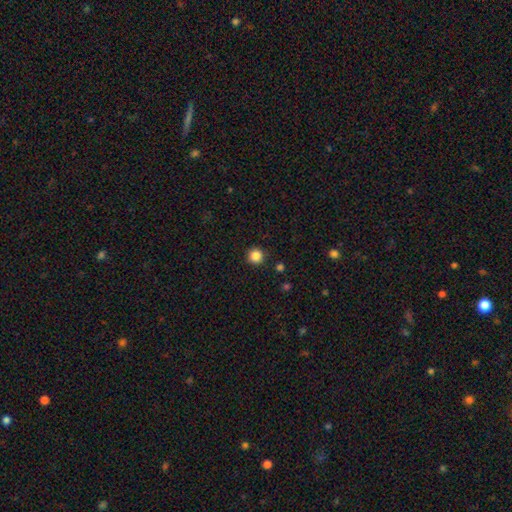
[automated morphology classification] A smooth galaxy with no disk features (86%) that is round (96%). Merging: none (92%).